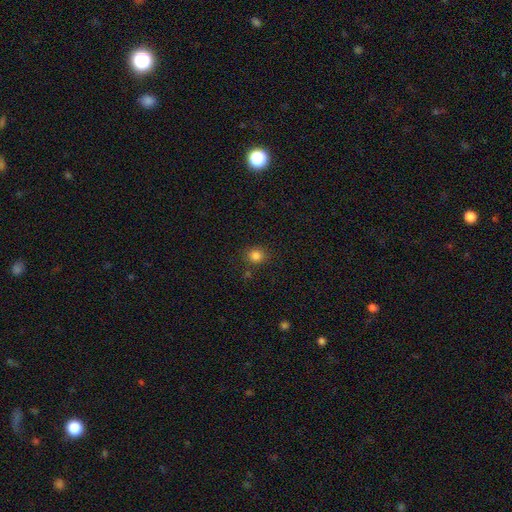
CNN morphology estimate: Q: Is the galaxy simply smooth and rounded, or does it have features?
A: smooth — 83%.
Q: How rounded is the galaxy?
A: round — 81%.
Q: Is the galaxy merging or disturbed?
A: none — 83%.